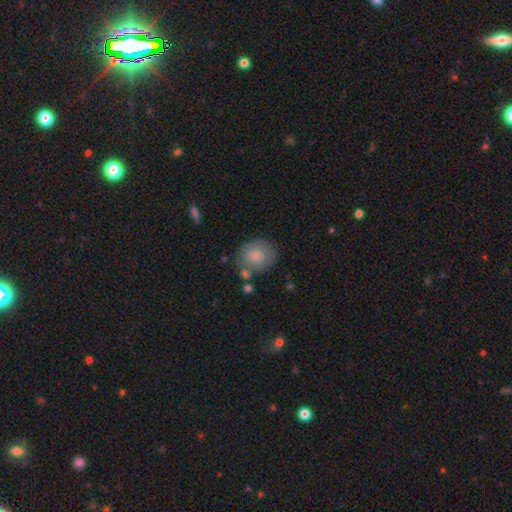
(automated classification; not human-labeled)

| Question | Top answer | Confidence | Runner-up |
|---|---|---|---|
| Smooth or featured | smooth | 78% | featured or disk (15%) |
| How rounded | round | 80% | in between (19%) |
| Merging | none | 65% | minor disturbance (19%) |